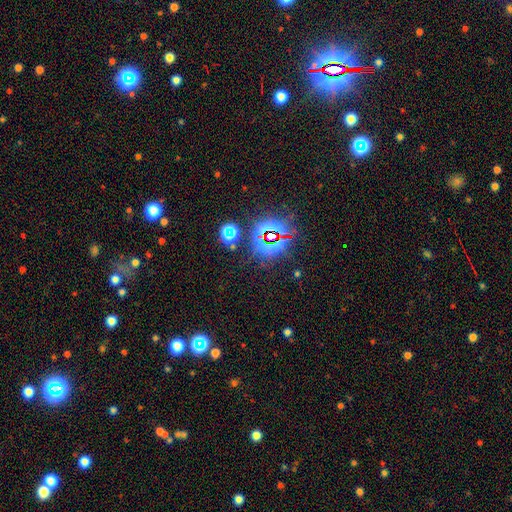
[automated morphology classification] Smooth or featured? star or artifact (82%)